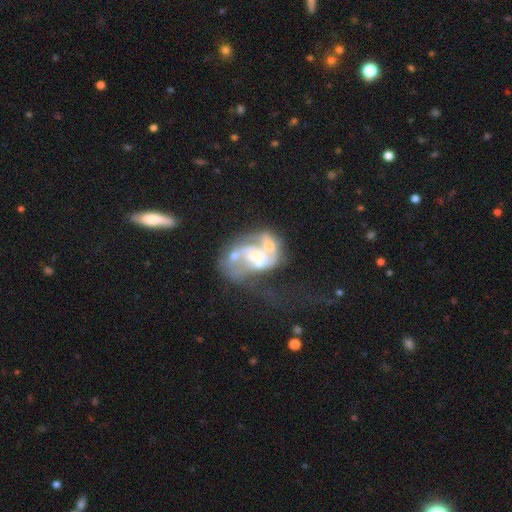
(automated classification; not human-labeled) This is likely a featured or disk galaxy (74%). It is clearly not viewed edge-on (98%). Bar: likely no (70%). Spiral arm pattern: possibly yes (56%). Central bulge: marginally moderate (39%, tied with small). Merging: possibly merger (53%).